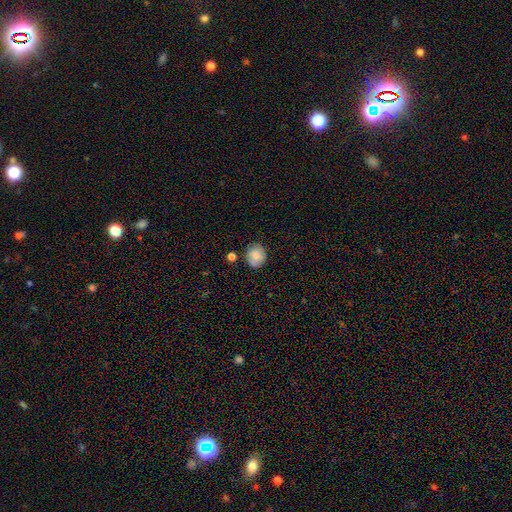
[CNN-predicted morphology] type=smooth (78%); roundness=round (80%); merging=none (77%).